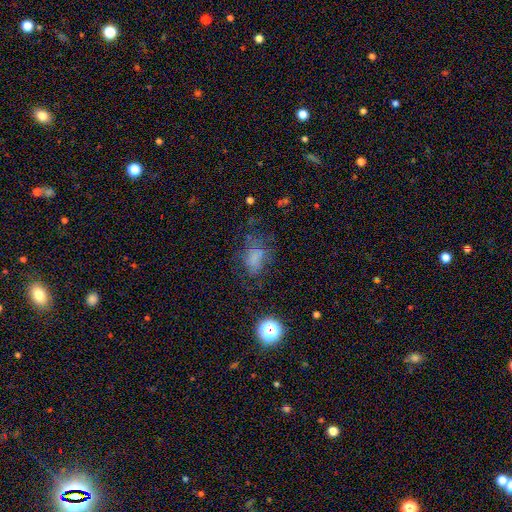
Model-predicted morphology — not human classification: A smooth galaxy with no disk features (50%).

Vote fractions:
- Smooth or featured? smooth: 50% / star or artifact: 26% / featured or disk: 24%
- Merging? none: 55% / minor disturbance: 22% / major disturbance: 20% / merger: 3%